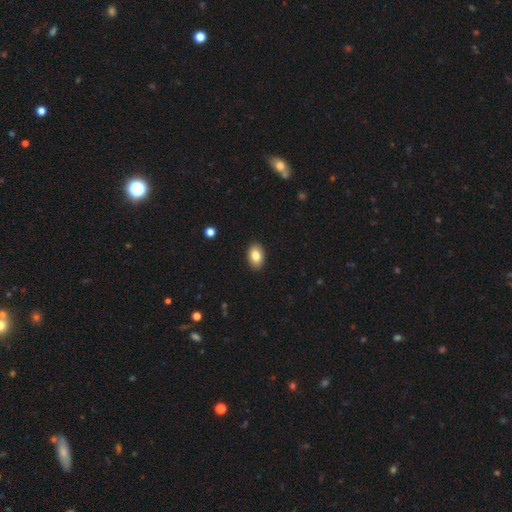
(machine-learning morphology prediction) smooth-or-featured: smooth: 83% | featured or disk: 9% | star or artifact: 8%
  how-rounded: in between: 88% | round: 11% | cigar-shaped: 1%
  merging: none: 90% | minor disturbance: 7% | major disturbance: 2% | merger: 1%